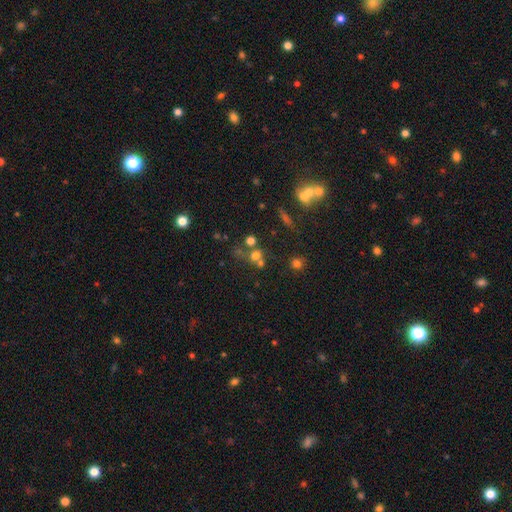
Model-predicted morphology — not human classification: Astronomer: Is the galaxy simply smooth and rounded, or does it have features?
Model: smooth — 59%.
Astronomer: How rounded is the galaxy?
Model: round — 81%.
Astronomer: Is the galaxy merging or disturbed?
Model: none — 46% (runner-up: merger, 38%).